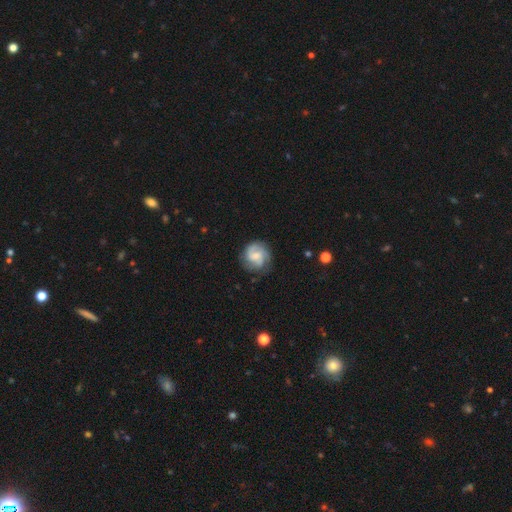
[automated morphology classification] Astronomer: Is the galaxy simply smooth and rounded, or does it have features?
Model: featured or disk — 64%.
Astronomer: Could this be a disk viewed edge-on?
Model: no — 98%.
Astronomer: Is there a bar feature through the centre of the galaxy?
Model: weak — 47% (runner-up: no, 43%).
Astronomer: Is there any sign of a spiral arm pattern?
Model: yes — 90%.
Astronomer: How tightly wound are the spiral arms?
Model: medium — 43% (runner-up: tight, 38%).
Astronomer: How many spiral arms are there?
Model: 2 — 41% (runner-up: can't tell, 23%).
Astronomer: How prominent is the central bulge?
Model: small — 47% (runner-up: moderate, 40%).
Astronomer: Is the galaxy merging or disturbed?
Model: none — 72%.